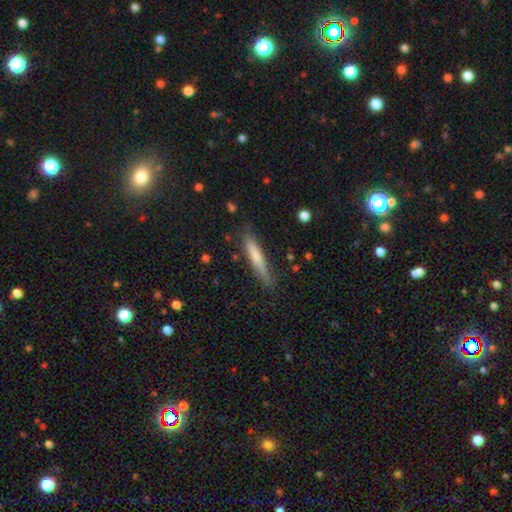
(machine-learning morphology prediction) A smooth galaxy with no disk features (70%) that is cigar-shaped (91%). Merging: none (78%).